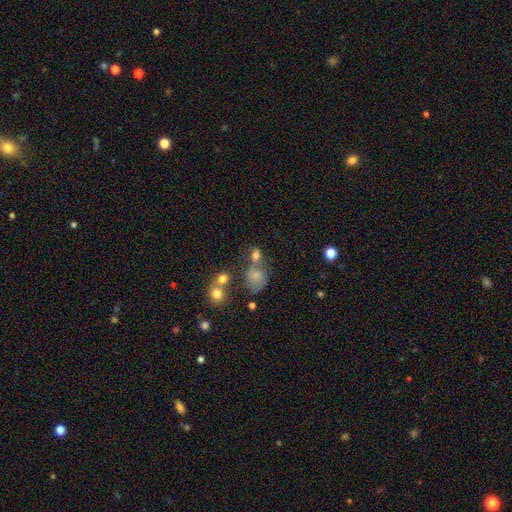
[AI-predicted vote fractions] This is likely a smooth galaxy (68%). How rounded: possibly round (57%). Merging: marginally none (42%).